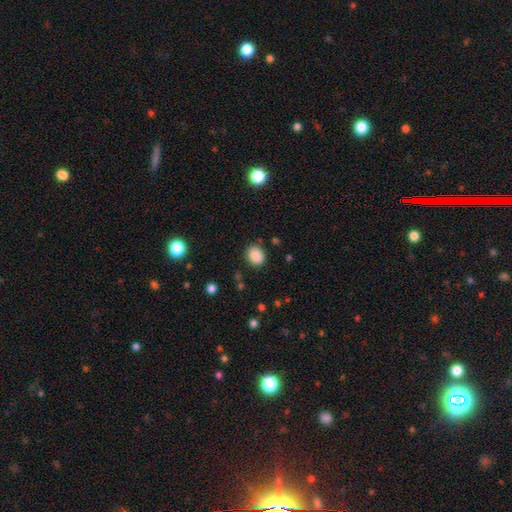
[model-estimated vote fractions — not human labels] A smooth galaxy with no disk features (87%) that is round (61%).

Vote fractions:
- Smooth or featured? smooth: 87% / star or artifact: 9% / featured or disk: 4%
- How rounded? round: 61% / in between: 38% / cigar-shaped: 1%
- Merging? none: 85% / minor disturbance: 10% / major disturbance: 3% / merger: 2%